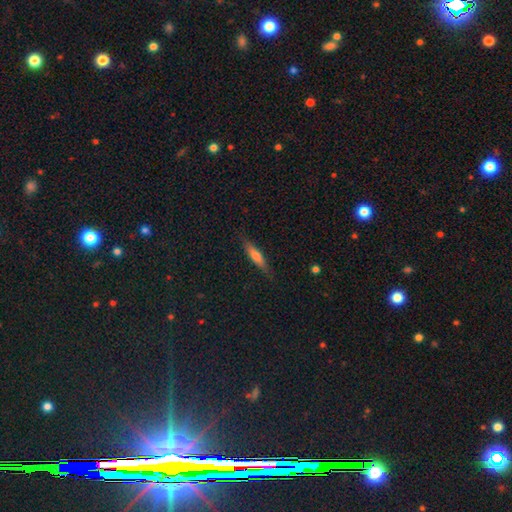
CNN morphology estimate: A smooth galaxy with no disk features (61%) that is cigar-shaped (77%). Merging: none (83%).